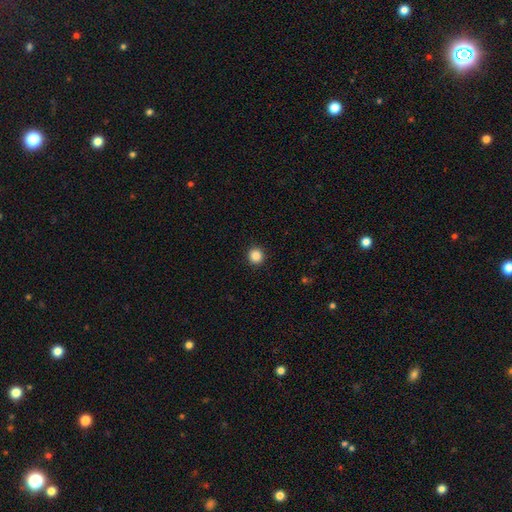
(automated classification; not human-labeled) Smooth or featured?
  - smooth: 87% *
  - star or artifact: 10%
  - featured or disk: 3%
How rounded?
  - round: 94% *
  - in between: 5%
  - cigar-shaped: 1%
Merging?
  - none: 93% *
  - minor disturbance: 4%
  - major disturbance: 2%
  - merger: 1%